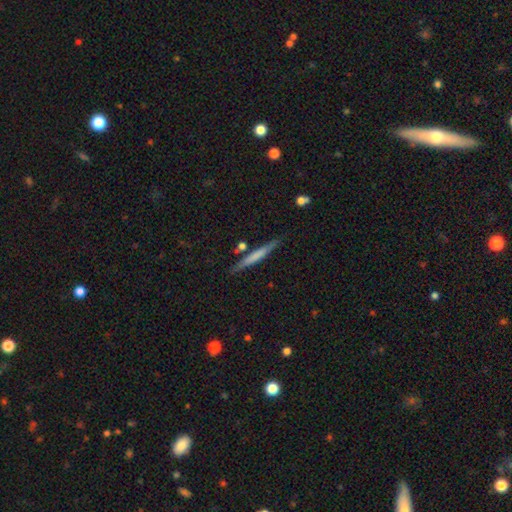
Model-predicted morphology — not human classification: This appears to be a smooth galaxy with no disk features (53%) that is cigar-shaped (95%). Merging: none (84%).